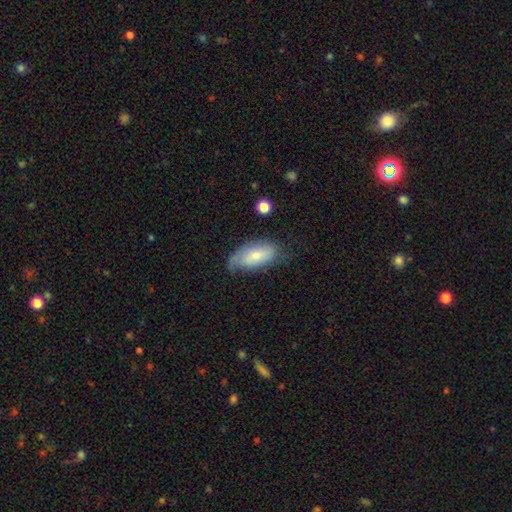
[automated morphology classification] Smooth or featured? smooth (65%)
How rounded? in between (90%)
Merging? none (53%)